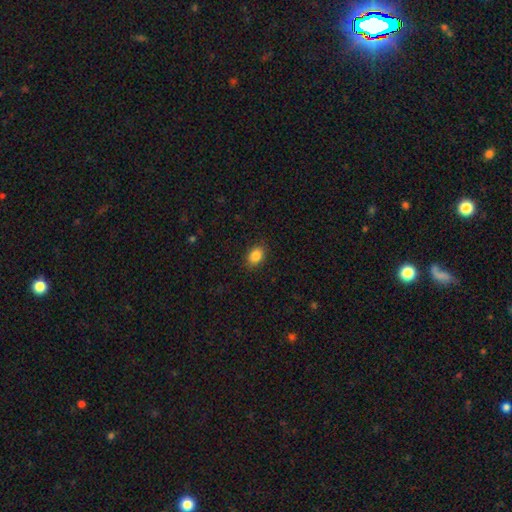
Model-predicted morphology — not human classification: Smooth or featured? smooth (87%)
How rounded? in between (67%)
Merging? none (88%)